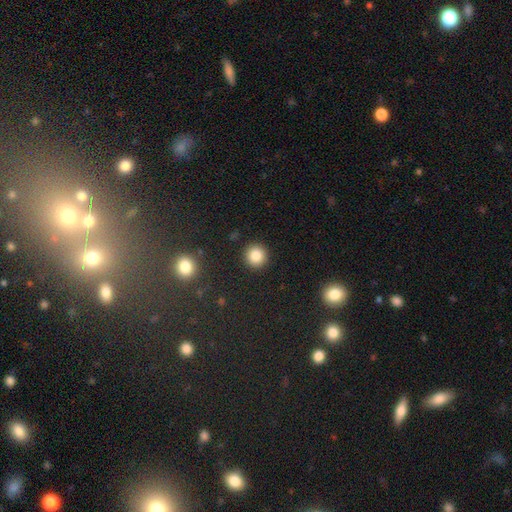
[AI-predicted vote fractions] Morphology: type=smooth (85%); roundness=round (93%); merging=none (92%).